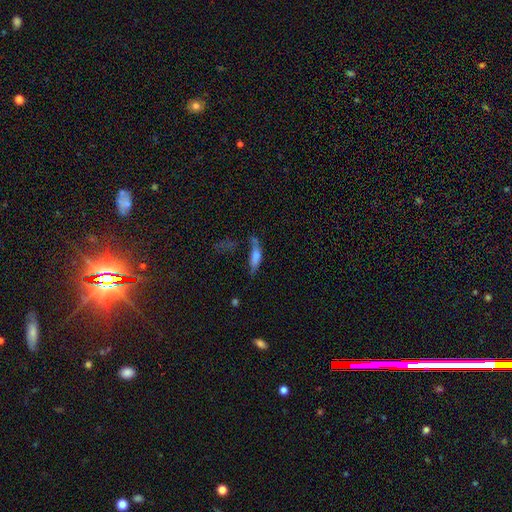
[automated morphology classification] smooth 60%, featured or disk 30%, star or artifact 11%. Down the decision tree: how rounded — cigar-shaped (56%); merging — none (36%).